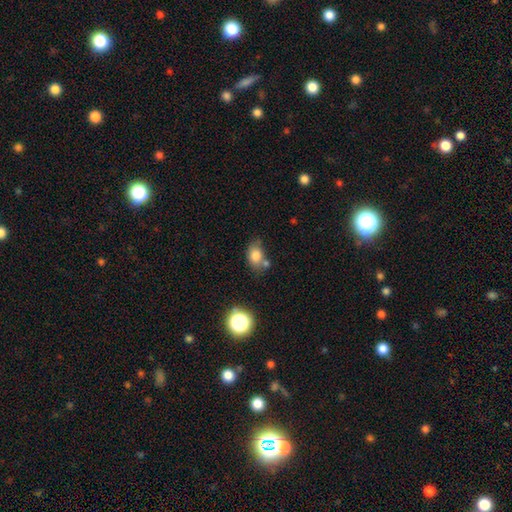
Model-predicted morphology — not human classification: Smooth or featured?
  - smooth: 79% *
  - star or artifact: 12%
  - featured or disk: 9%
How rounded?
  - in between: 73% *
  - round: 25%
  - cigar-shaped: 2%
Merging?
  - none: 53% *
  - merger: 21%
  - minor disturbance: 20%
  - major disturbance: 7%